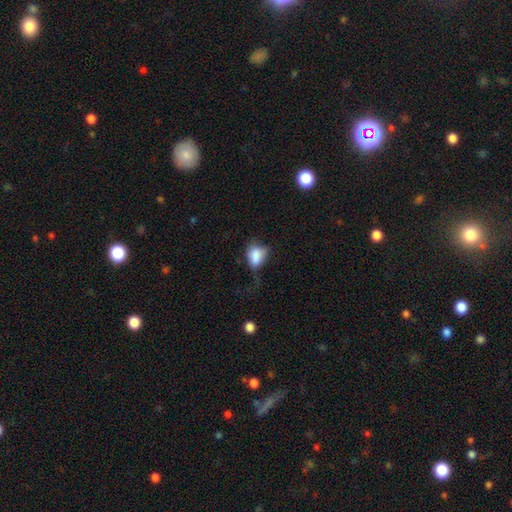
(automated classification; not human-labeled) Smooth or featured?
  - smooth: 81% *
  - featured or disk: 10%
  - star or artifact: 9%
How rounded?
  - in between: 73% *
  - round: 26%
  - cigar-shaped: 2%
Merging?
  - minor disturbance: 36% *
  - none: 32%
  - major disturbance: 28%
  - merger: 4%